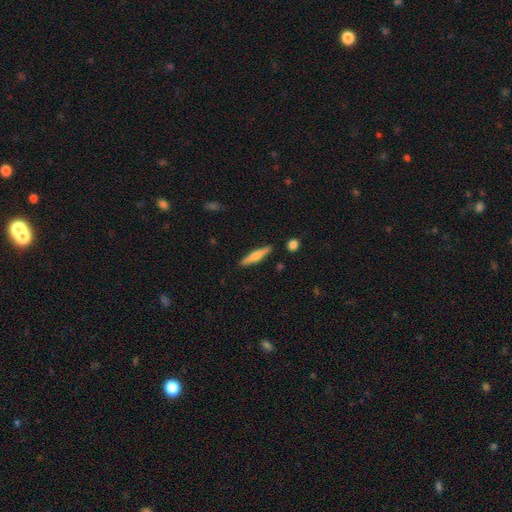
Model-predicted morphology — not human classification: Smooth or featured?
  - smooth: 52% *
  - featured or disk: 42%
  - star or artifact: 6%
How rounded?
  - cigar-shaped: 85% *
  - in between: 13%
  - round: 2%
Merging?
  - none: 89% *
  - minor disturbance: 8%
  - merger: 2%
  - major disturbance: 2%